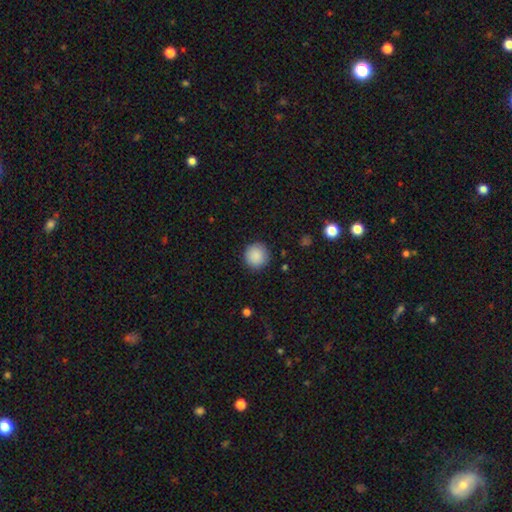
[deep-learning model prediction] smooth-or-featured: smooth: 88% | star or artifact: 8% | featured or disk: 3%
  how-rounded: round: 95% | in between: 4% | cigar-shaped: 1%
  merging: none: 90% | minor disturbance: 7% | major disturbance: 2% | merger: 1%